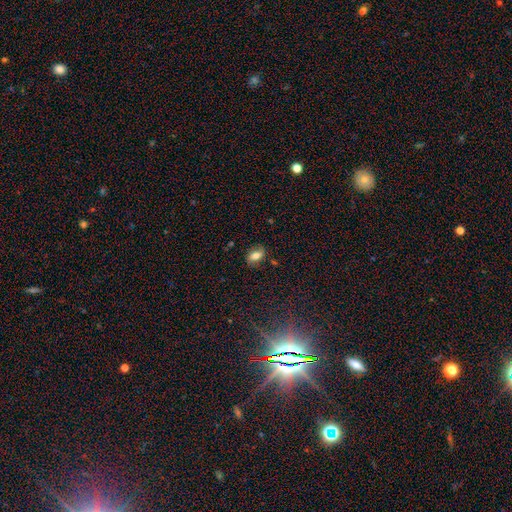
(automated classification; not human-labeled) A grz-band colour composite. It shows a smooth galaxy with no disk features (66%) that is in between round and cigar-shaped (85%). Merging: none (77%).